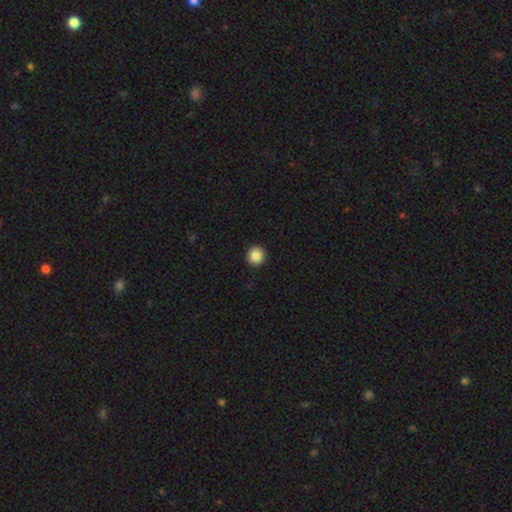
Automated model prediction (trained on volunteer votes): Smooth or featured? smooth (86%)
How rounded? round (95%)
Merging? none (93%)